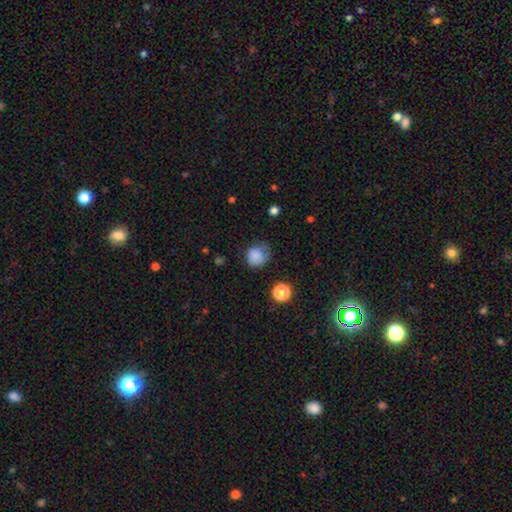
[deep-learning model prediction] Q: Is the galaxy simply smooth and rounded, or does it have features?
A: smooth — 84%.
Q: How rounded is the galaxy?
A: round — 84%.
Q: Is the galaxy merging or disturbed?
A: none — 63%.